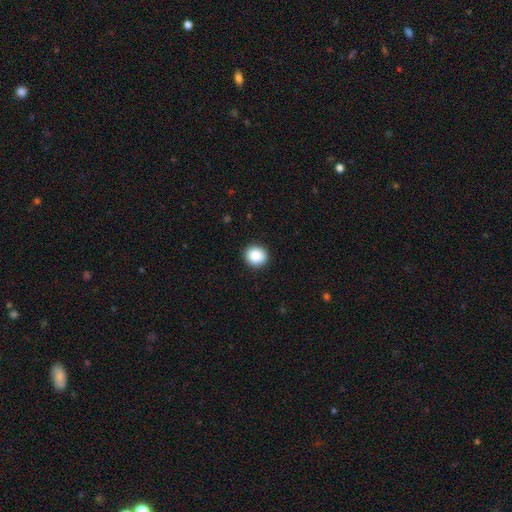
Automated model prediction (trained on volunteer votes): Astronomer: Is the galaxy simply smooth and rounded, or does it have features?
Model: smooth — 88%.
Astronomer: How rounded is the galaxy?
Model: round — 88%.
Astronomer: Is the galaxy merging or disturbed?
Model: none — 92%.